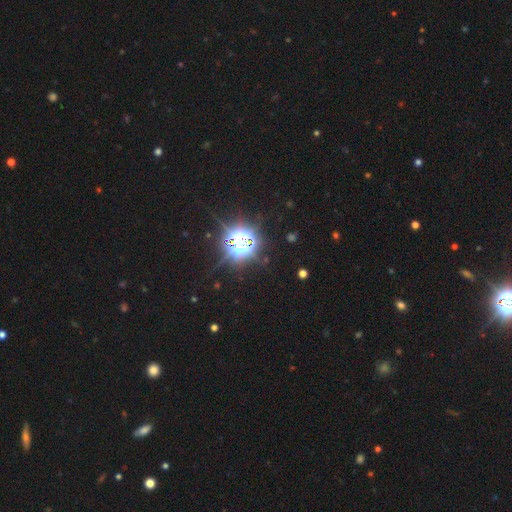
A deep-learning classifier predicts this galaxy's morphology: A star or artifact, not a galaxy (85%).

Vote fractions:
- Smooth or featured? star or artifact: 85% / smooth: 9% / featured or disk: 6%